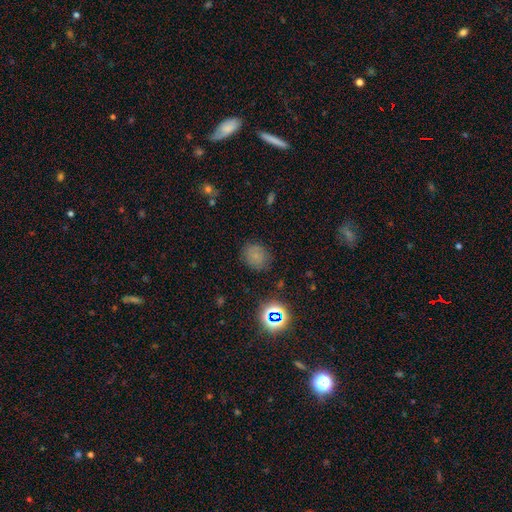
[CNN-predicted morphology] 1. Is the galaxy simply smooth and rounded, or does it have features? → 68% smooth, 21% star or artifact, 10% featured or disk.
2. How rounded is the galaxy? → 68% round, 31% in between, 1% cigar-shaped.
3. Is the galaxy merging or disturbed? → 80% none, 14% minor disturbance, 4% major disturbance, 2% merger.